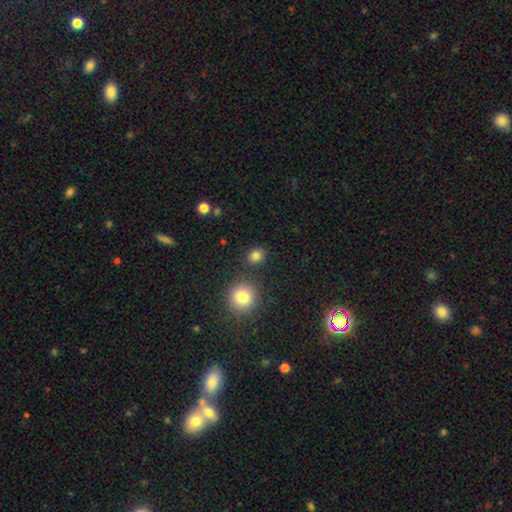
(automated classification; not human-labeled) This appears to be a smooth galaxy with no disk features (83%) that is round (70%). Merging: none (84%).